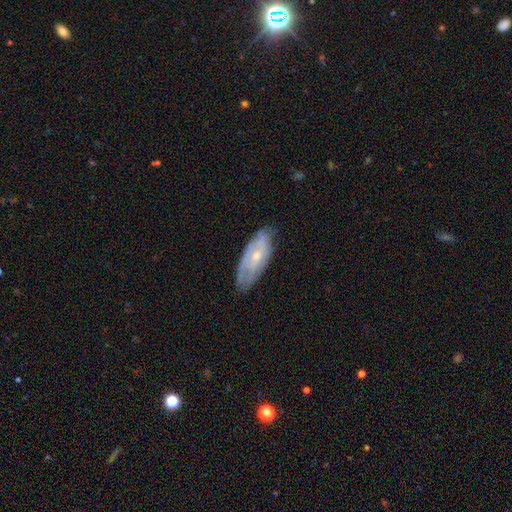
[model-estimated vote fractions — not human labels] This appears to be a featured or disk galaxy (57%). Merging: none (66%).